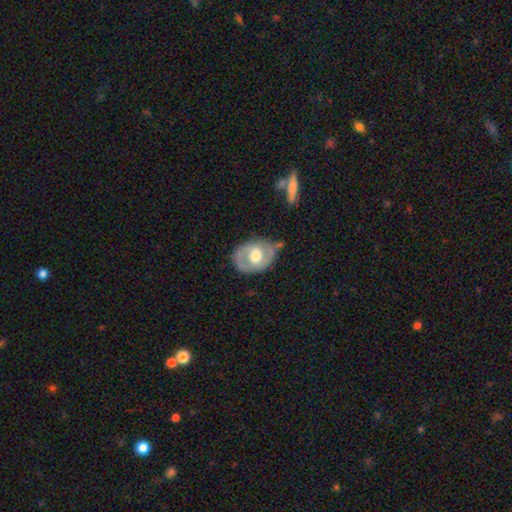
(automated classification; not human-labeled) A featured or disk galaxy (63%) with no bar (62%), spiral arms (55%) and a moderate central bulge (56%). Merging: none (61%).